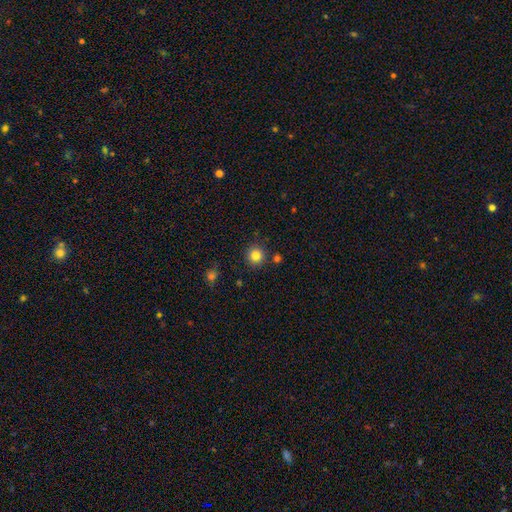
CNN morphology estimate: smooth 83%, star or artifact 12%, featured or disk 5%. Down the decision tree: how rounded — round (94%); merging — none (88%).